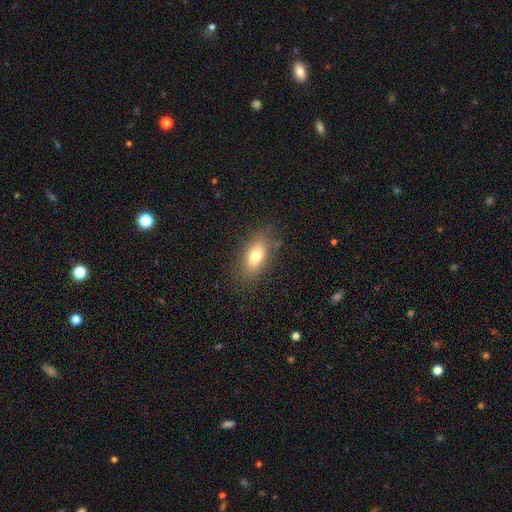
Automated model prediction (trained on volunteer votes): This appears to be a smooth galaxy with no disk features (75%) that is in between round and cigar-shaped (83%). Merging: none (82%).